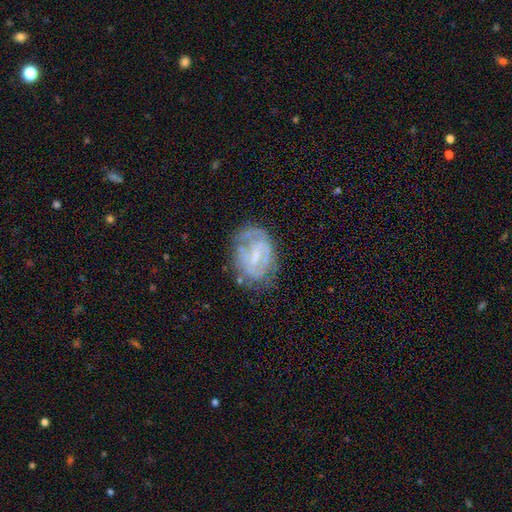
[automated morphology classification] Smooth or featured?
  - featured or disk: 73% *
  - smooth: 20%
  - star or artifact: 8%
Edge-on disk?
  - no: 97% *
  - yes: 3%
Bar?
  - weak: 49% *
  - strong: 27%
  - no: 24%
Spiral arms?
  - yes: 68% *
  - no: 32%
Bulge size?
  - small: 46% *
  - none: 28%
  - moderate: 23%
  - large: 2%
  - dominant: 1%
Merging?
  - none: 57% *
  - minor disturbance: 25%
  - major disturbance: 15%
  - merger: 3%